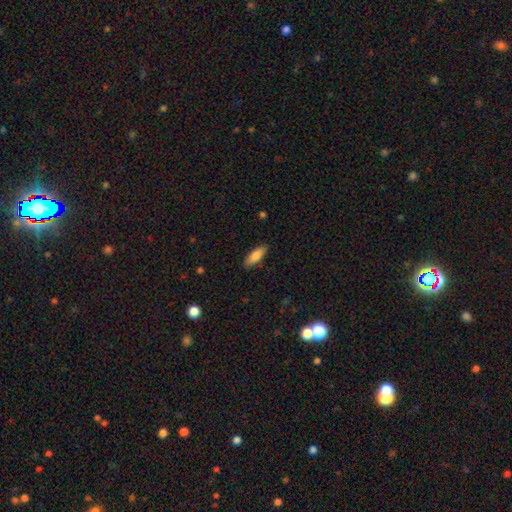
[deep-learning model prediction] smooth_or_featured: smooth (p=0.82) [alt: featured or disk p=0.12]
how_rounded: in between (p=0.67) [alt: cigar-shaped p=0.31]
merging: none (p=0.86) [alt: minor disturbance p=0.10]